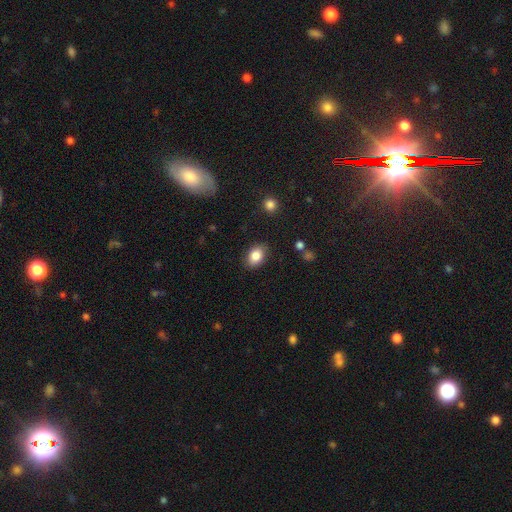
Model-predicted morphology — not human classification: smooth_or_featured: smooth (p=0.85) [alt: star or artifact p=0.08]
how_rounded: in between (p=0.78) [alt: round p=0.21]
merging: none (p=0.86) [alt: minor disturbance p=0.10]